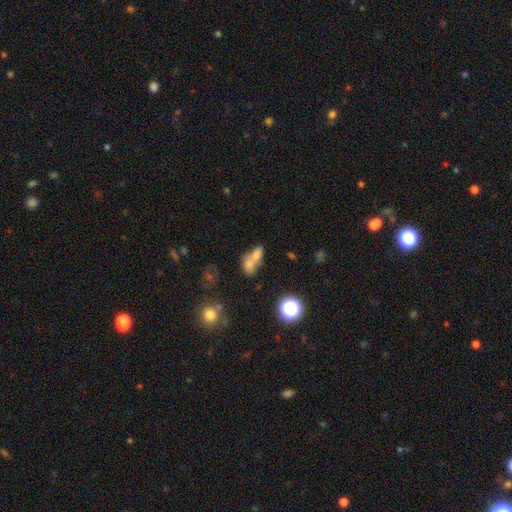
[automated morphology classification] This appears to be a smooth galaxy with no disk features (63%) that is in between round and cigar-shaped (63%). Merging: merger (66%).